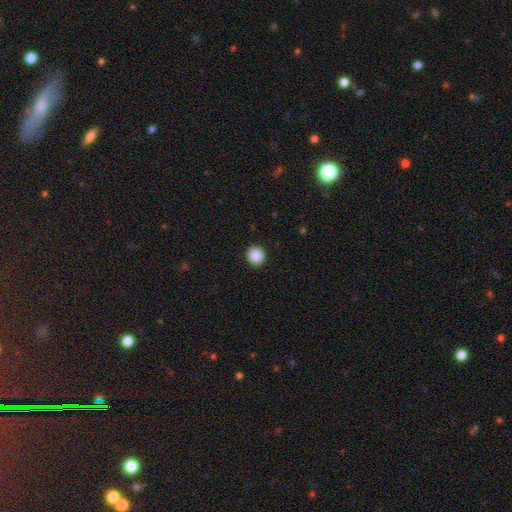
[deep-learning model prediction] This is clearly a smooth galaxy (89%). How rounded: clearly round (93%). Merging: clearly none (92%).